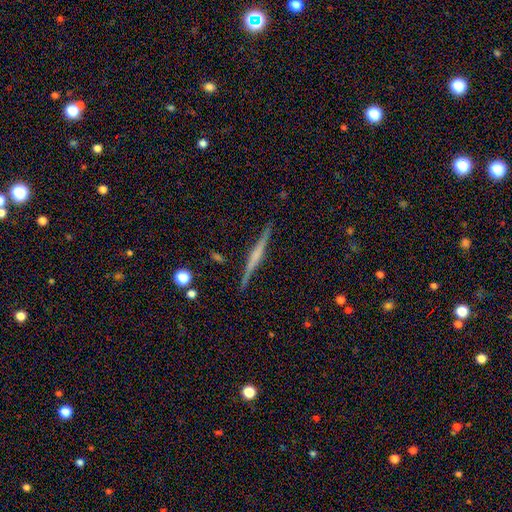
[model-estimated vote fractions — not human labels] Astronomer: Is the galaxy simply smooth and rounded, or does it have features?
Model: featured or disk — 73%.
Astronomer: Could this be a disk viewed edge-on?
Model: yes — 98%.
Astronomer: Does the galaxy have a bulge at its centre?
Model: rounded — 40% (runner-up: none, 35%).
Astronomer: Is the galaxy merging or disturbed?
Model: none — 90%.